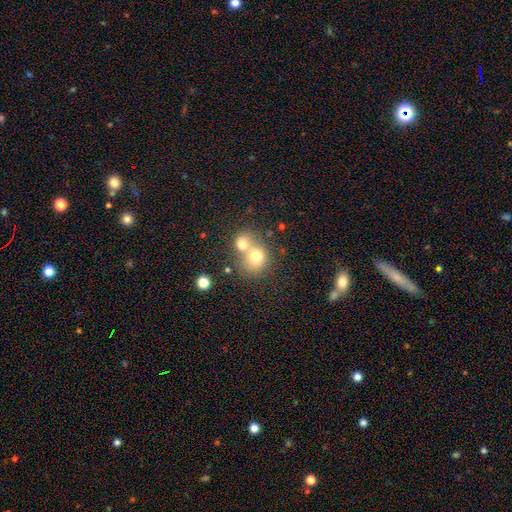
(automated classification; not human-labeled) This is likely a smooth galaxy (71%). How rounded: likely round (73%). Merging: likely merger (66%).